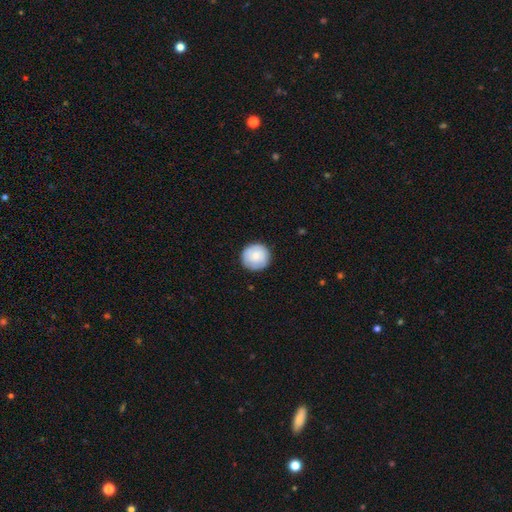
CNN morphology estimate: smooth-or-featured: smooth: 77% | featured or disk: 17% | star or artifact: 6%
  how-rounded: round: 95% | in between: 4% | cigar-shaped: 1%
  merging: none: 89% | minor disturbance: 9% | major disturbance: 2% | merger: 1%